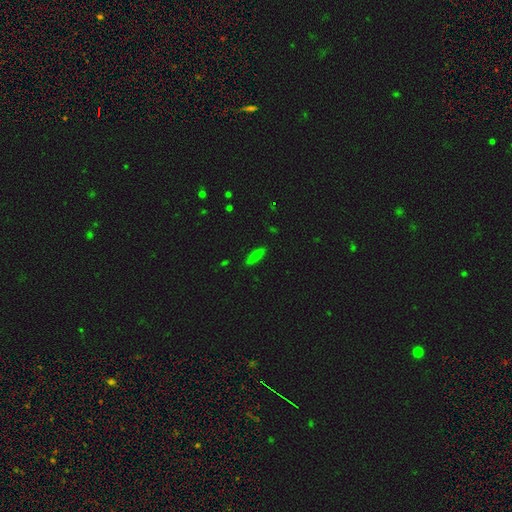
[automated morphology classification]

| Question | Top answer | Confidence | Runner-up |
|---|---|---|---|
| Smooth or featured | smooth | 80% | featured or disk (10%) |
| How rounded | cigar-shaped | 73% | in between (25%) |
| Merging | none | 88% | minor disturbance (9%) |